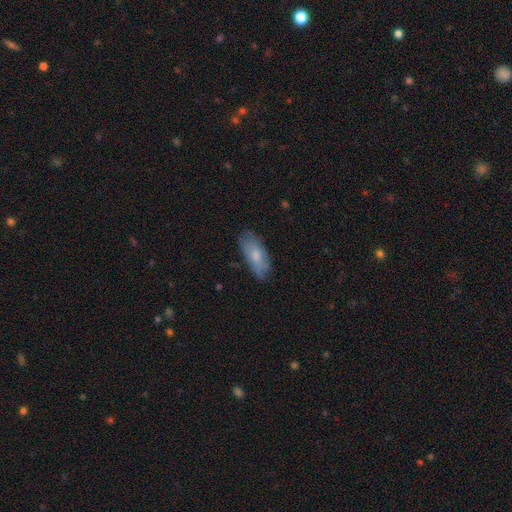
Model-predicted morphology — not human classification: Smooth or featured?
  - smooth: 66% *
  - featured or disk: 28%
  - star or artifact: 6%
How rounded?
  - in between: 83% *
  - cigar-shaped: 15%
  - round: 2%
Merging?
  - none: 70% *
  - minor disturbance: 23%
  - major disturbance: 5%
  - merger: 1%